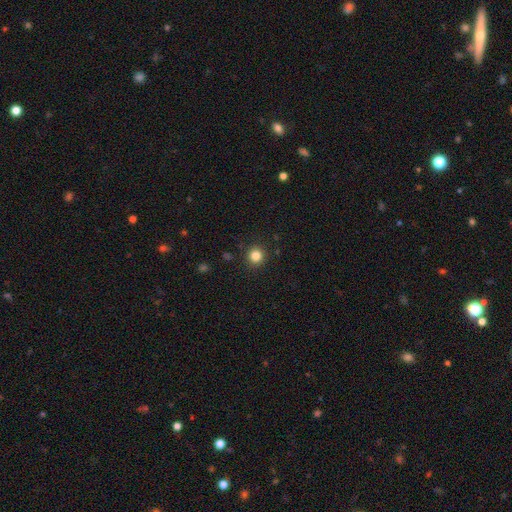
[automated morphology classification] The model was most divided on "smooth or featured": smooth: 83%, star or artifact: 12%, featured or disk: 5%. More confident: how rounded — round (93%); merging — none (91%).